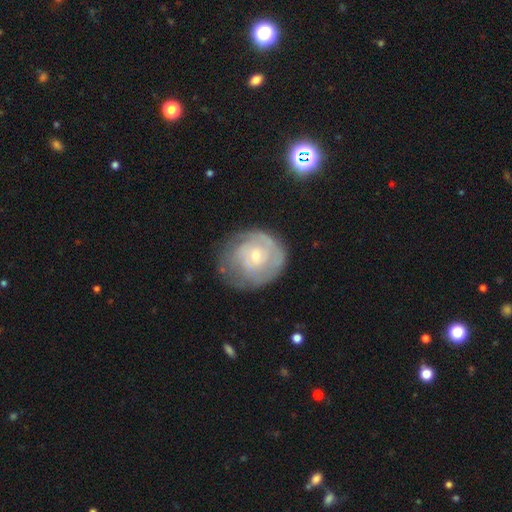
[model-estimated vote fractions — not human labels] This appears to be a featured or disk galaxy (68%) with no bar (74%), tight (67%) spiral arms (80%) and a small central bulge (67%). Merging: none (66%).